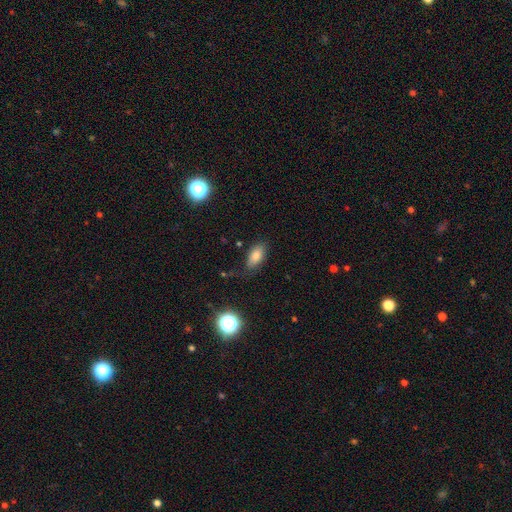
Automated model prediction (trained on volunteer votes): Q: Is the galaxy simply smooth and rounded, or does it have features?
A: smooth — 78%.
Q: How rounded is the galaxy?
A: in between — 88%.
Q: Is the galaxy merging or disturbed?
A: none — 74%.